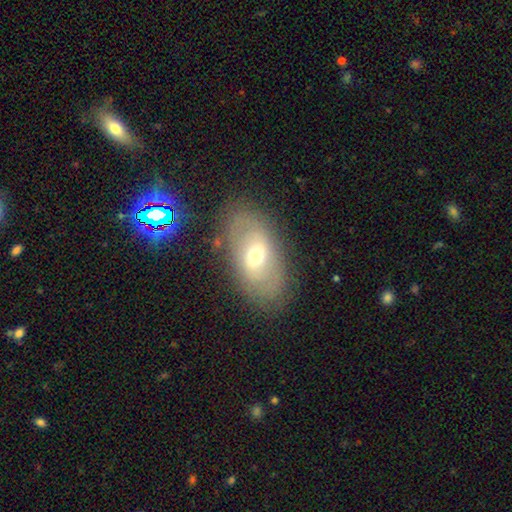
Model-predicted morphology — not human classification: Q: Smooth or featured?
A: featured or disk (47%); runner-up: smooth (43%)
Q: Merging?
A: none (78%); runner-up: minor disturbance (14%)